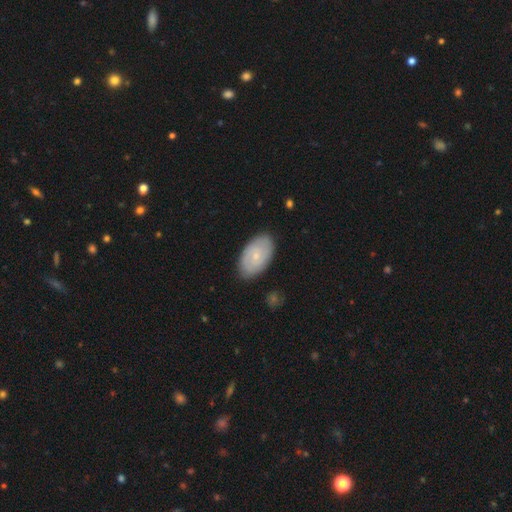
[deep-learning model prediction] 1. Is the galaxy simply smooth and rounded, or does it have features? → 48% smooth, 46% featured or disk, 6% star or artifact.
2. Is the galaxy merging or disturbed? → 84% none, 12% minor disturbance, 2% major disturbance, 1% merger.